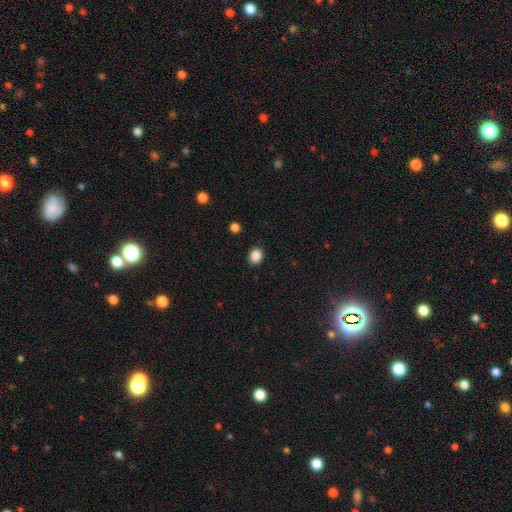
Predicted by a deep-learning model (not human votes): Smooth or featured? Predicted: smooth (p=0.88). How rounded? Predicted: in between (p=0.51). Merging? Predicted: none (p=0.87).